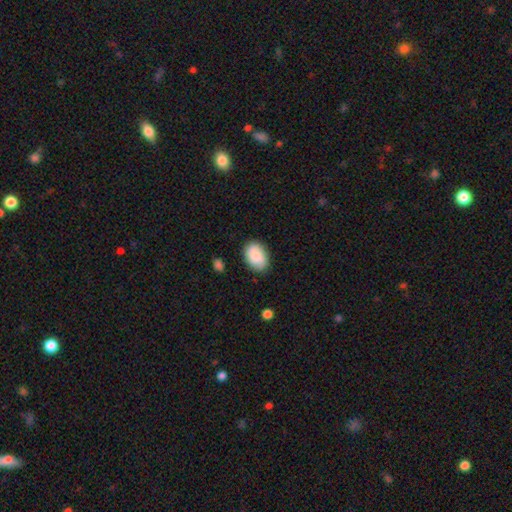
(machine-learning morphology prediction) This is likely a smooth galaxy (78%). How rounded: clearly in between (82%). Merging: clearly none (81%).